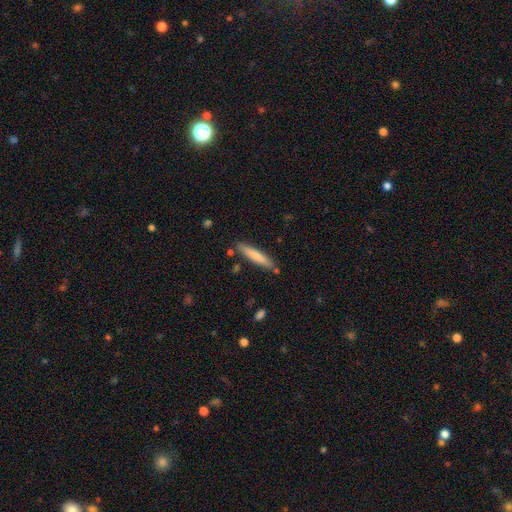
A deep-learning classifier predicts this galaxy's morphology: A smooth galaxy with no disk features (75%) that is cigar-shaped (90%). Merging: none (82%).